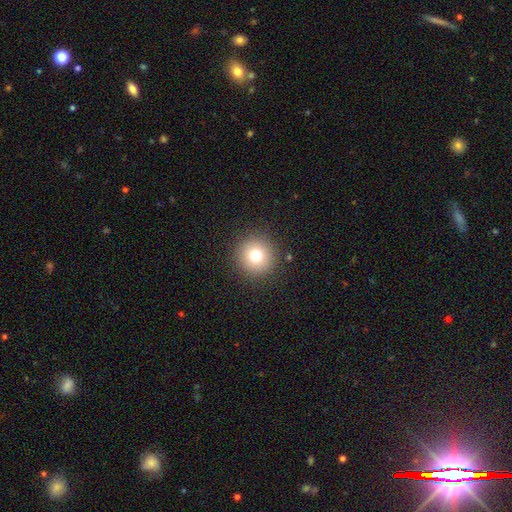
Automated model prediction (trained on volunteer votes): Morphology: type=smooth (76%); roundness=round (95%); merging=none (91%).